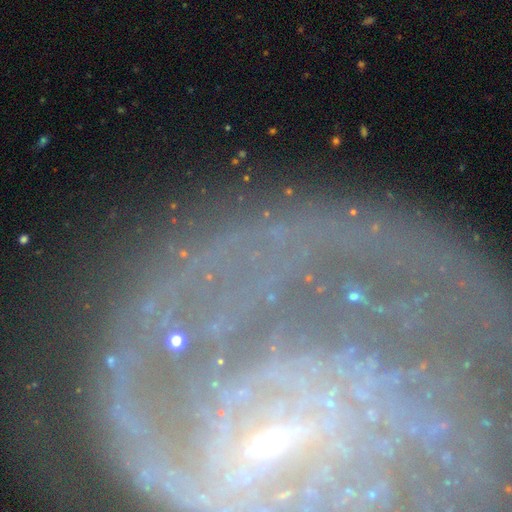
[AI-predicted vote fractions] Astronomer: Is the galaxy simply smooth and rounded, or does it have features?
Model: featured or disk — 76%.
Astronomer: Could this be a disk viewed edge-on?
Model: no — 94%.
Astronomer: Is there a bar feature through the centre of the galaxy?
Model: strong — 35% (runner-up: weak, 34%).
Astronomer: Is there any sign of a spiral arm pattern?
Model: yes — 84%.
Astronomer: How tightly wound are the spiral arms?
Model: tight — 58%.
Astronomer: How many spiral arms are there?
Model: can't tell — 28%, tied with 2 at 28%.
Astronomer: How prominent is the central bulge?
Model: small — 65%.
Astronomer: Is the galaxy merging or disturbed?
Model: none — 66%.